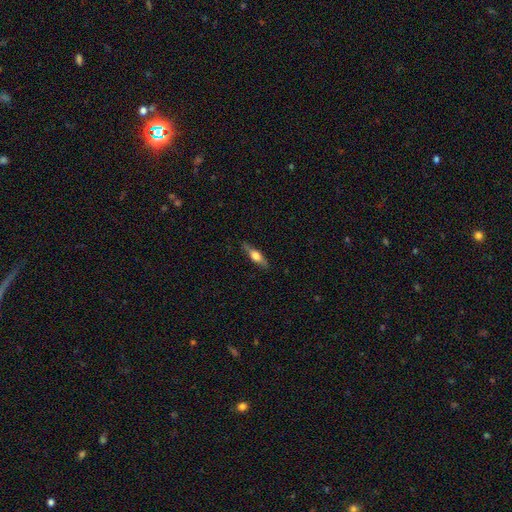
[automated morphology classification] smooth-or-featured: featured or disk: 47% | smooth: 46% | star or artifact: 7%
  merging: none: 81% | minor disturbance: 15% | major disturbance: 3% | merger: 1%